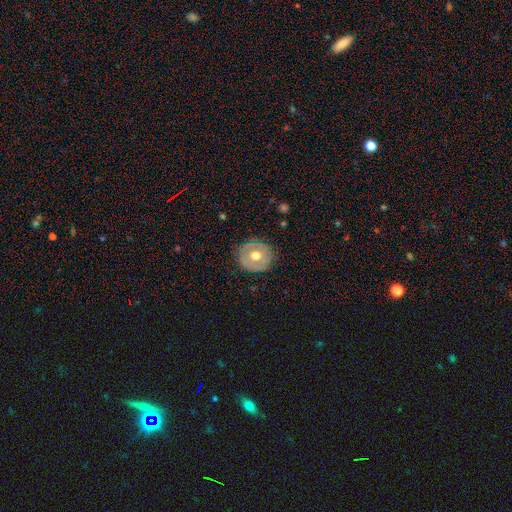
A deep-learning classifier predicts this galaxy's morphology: This is possibly a smooth galaxy (55%). How rounded: clearly round (91%). Merging: clearly none (85%).